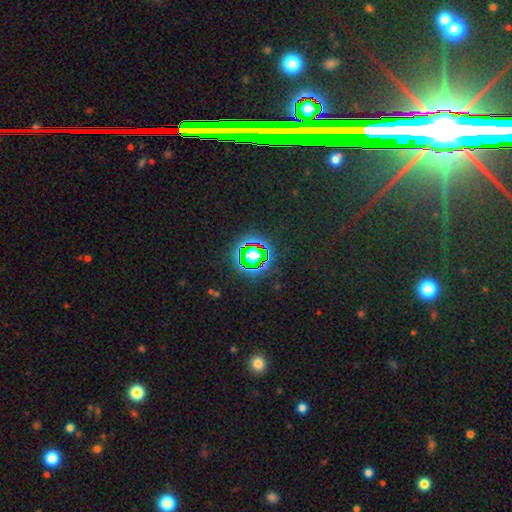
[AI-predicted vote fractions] smooth-or-featured: star or artifact: 77% | smooth: 12% | featured or disk: 11%